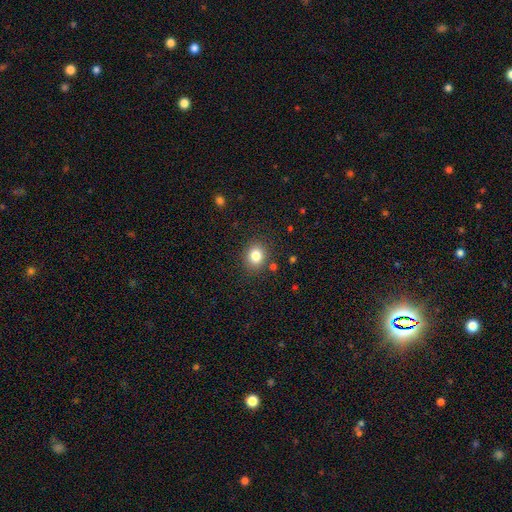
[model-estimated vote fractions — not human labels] Smooth or featured: smooth — 81% (star or artifact — 12%)
How rounded: round — 70% (in between — 29%)
Merging: none — 87% (minor disturbance — 8%)